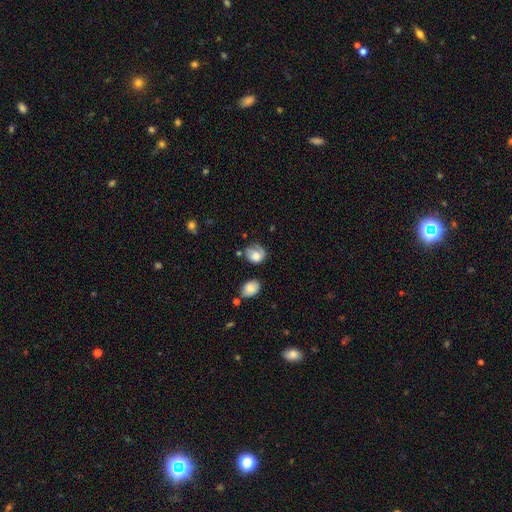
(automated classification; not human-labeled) smooth 69%, featured or disk 23%, star or artifact 8%. Down the decision tree: how rounded — round (62%); merging — none (49%).